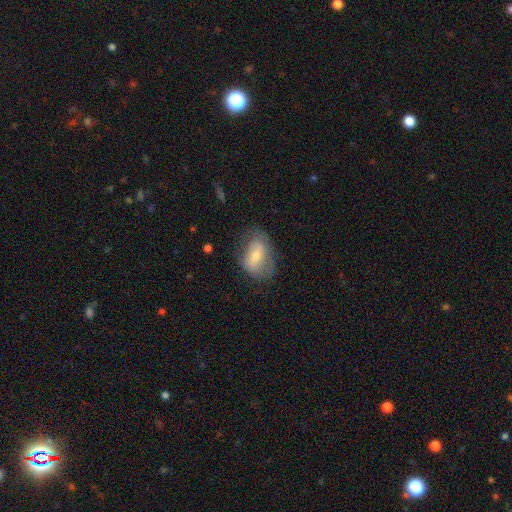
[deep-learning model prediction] smooth 51%, featured or disk 40%, star or artifact 9%. Down the decision tree: how rounded — in between (82%); merging — none (61%).